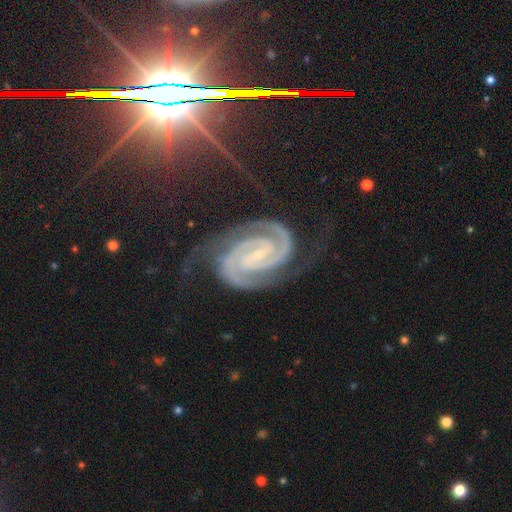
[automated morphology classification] Smooth or featured? Predicted: featured or disk (p=0.91). Edge-on disk? Predicted: no (p=0.98). Bar? Predicted: weak (p=0.37). Spiral arms? Predicted: yes (p=0.99). Spiral winding? Predicted: tight (p=0.71). Spiral arm count? Predicted: 2 (p=0.88). Bulge size? Predicted: small (p=0.81). Merging? Predicted: none (p=0.76).